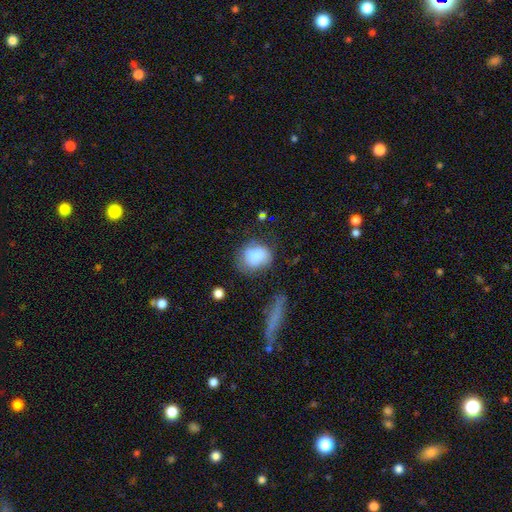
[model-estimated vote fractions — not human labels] Smooth or featured? Predicted: smooth (p=0.78). How rounded? Predicted: round (p=0.51). Merging? Predicted: none (p=0.48).